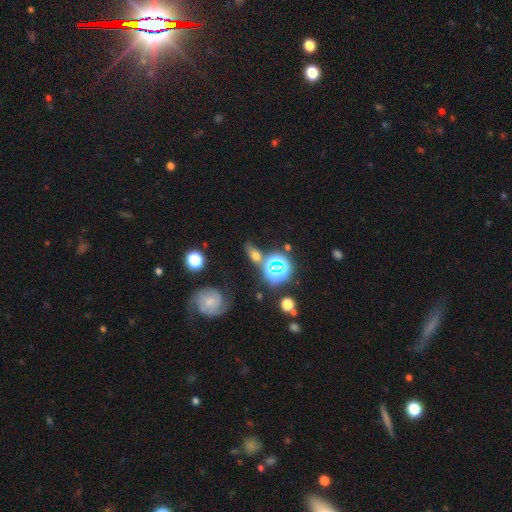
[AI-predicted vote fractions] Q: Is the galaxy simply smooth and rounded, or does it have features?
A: smooth — 50%.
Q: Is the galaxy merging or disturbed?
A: none — 66%.